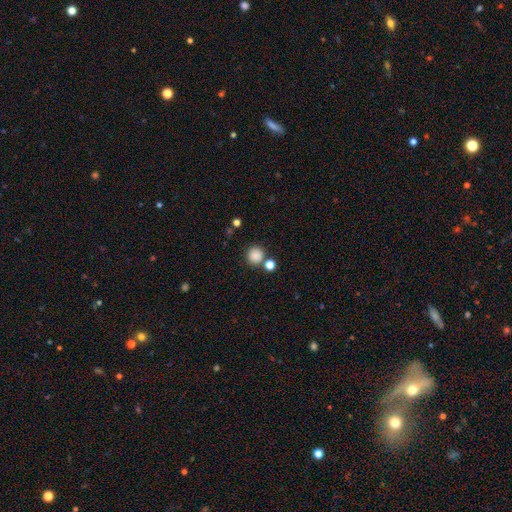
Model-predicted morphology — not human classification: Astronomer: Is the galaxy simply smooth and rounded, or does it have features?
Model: smooth — 85%.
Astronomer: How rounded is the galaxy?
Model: round — 93%.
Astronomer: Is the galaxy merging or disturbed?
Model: none — 77%.